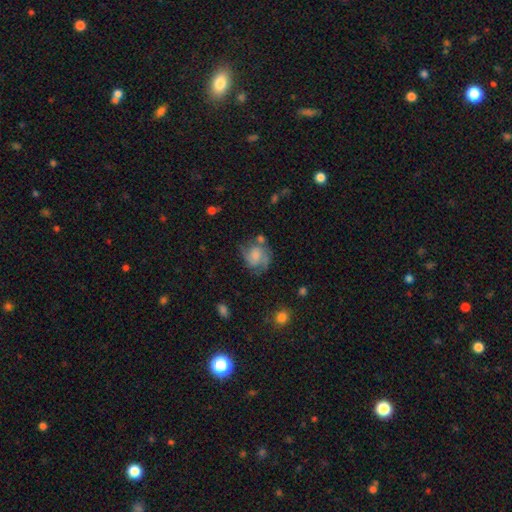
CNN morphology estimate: This appears to be a featured or disk galaxy (55%) with no bar (63%), spiral arms (84%) and no central bulge (32%). Merging: none (51%).